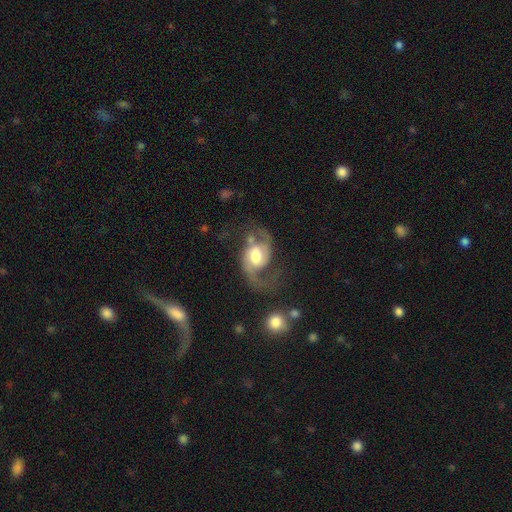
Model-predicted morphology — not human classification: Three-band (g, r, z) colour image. It shows a featured or disk galaxy (87%) with no bar (45%), 2 (90%) loose (47%) spiral arms (96%) and a moderate central bulge (46%). Merging: none (51%).